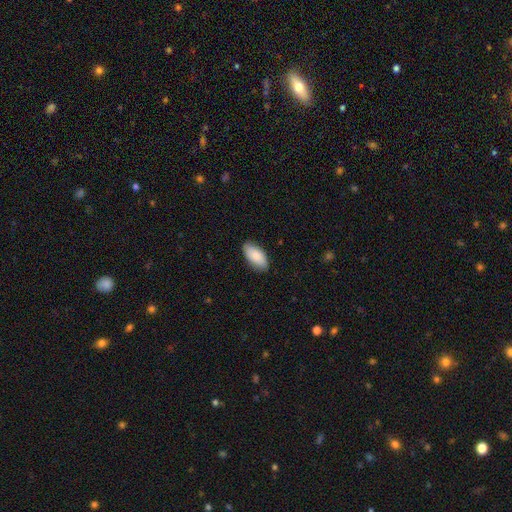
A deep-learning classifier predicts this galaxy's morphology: smooth 87%, featured or disk 7%, star or artifact 5%. Down the decision tree: how rounded — in between (94%); merging — none (86%).